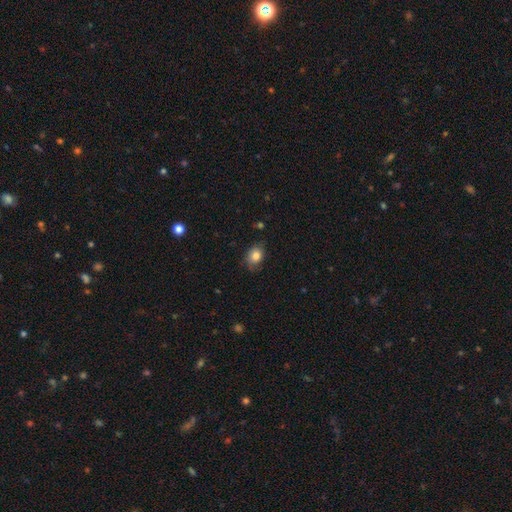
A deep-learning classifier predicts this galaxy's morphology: smooth_or_featured: smooth (p=0.82) [alt: star or artifact p=0.09]
how_rounded: in between (p=0.67) [alt: round p=0.32]
merging: none (p=0.72) [alt: minor disturbance p=0.22]